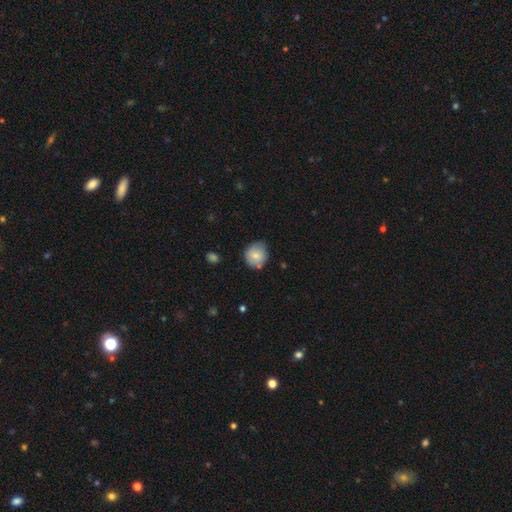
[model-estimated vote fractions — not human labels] A smooth galaxy with no disk features (75%) that is round (80%). Merging: none (70%).